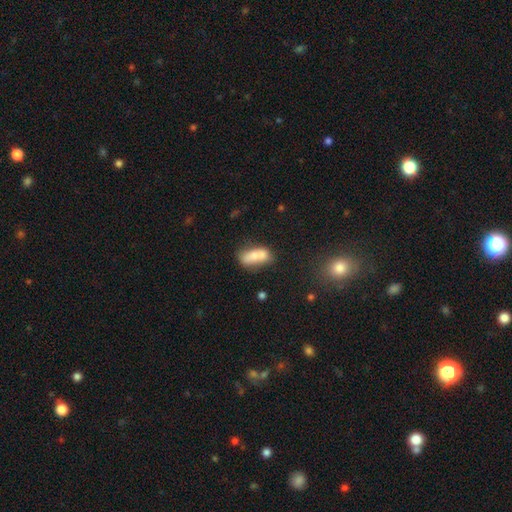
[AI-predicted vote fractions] Smooth or featured? Predicted: smooth (p=0.70). How rounded? Predicted: in between (p=0.78). Merging? Predicted: merger (p=0.39).